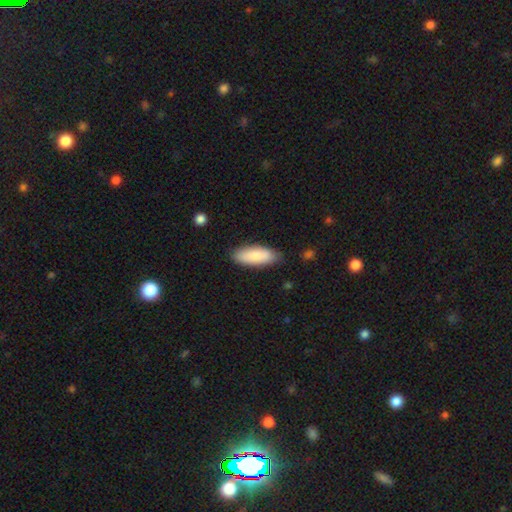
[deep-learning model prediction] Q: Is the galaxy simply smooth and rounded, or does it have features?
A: smooth — 84%.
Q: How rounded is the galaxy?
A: in between — 75%.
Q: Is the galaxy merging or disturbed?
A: none — 82%.